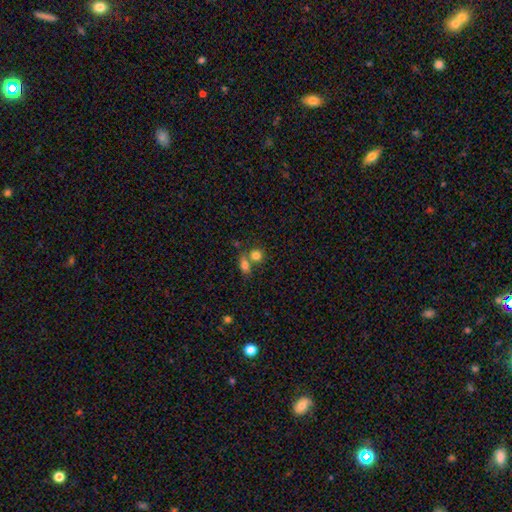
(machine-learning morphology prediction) This is likely a smooth galaxy (80%). How rounded: likely round (72%). Merging: marginally merger (44%, tied with none).